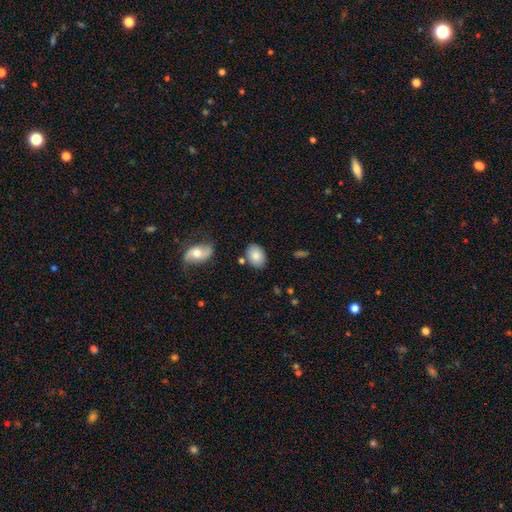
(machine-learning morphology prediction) A smooth galaxy with no disk features (82%) that is in between round and cigar-shaped (78%).

Vote fractions:
- Smooth or featured? smooth: 82% / featured or disk: 11% / star or artifact: 7%
- How rounded? in between: 78% / round: 21% / cigar-shaped: 1%
- Merging? none: 79% / minor disturbance: 13% / merger: 5% / major disturbance: 3%